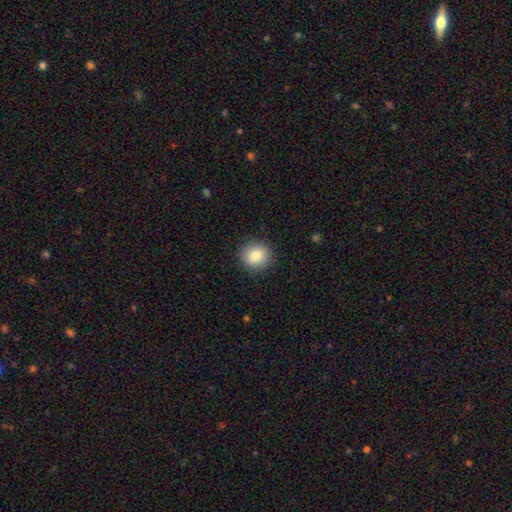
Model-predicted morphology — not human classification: A smooth galaxy with no disk features (87%) that is round (86%).

Vote fractions:
- Smooth or featured? smooth: 87% / star or artifact: 8% / featured or disk: 5%
- How rounded? round: 86% / in between: 13% / cigar-shaped: 1%
- Merging? none: 90% / minor disturbance: 7% / major disturbance: 2% / merger: 1%